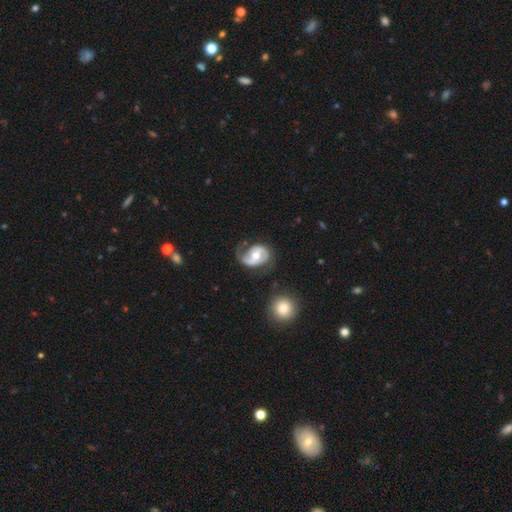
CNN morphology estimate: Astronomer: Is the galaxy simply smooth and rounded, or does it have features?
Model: featured or disk — 79%.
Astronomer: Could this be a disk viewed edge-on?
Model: no — 98%.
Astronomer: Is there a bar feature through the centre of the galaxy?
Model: no — 50% (runner-up: weak, 35%).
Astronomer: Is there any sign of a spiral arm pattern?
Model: yes — 89%.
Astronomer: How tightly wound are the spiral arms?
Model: medium — 45% (runner-up: tight, 29%).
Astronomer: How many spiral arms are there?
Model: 2 — 64%.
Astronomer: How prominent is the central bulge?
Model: moderate — 72%.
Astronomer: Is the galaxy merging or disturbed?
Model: none — 48% (runner-up: minor disturbance, 26%).